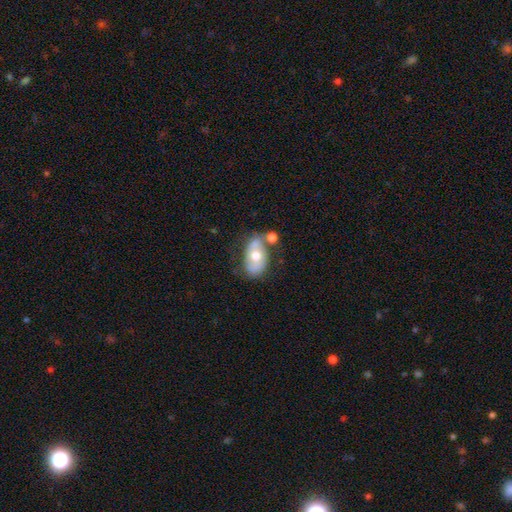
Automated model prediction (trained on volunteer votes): Smooth or featured? smooth (47%)
Merging? none (51%)